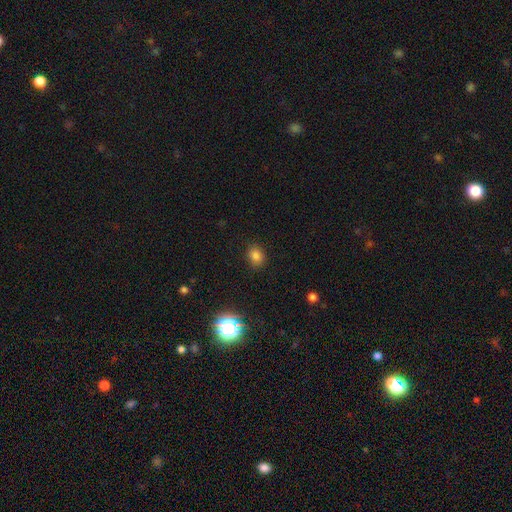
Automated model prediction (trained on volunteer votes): Smooth or featured? smooth (79%)
How rounded? round (55%)
Merging? none (85%)